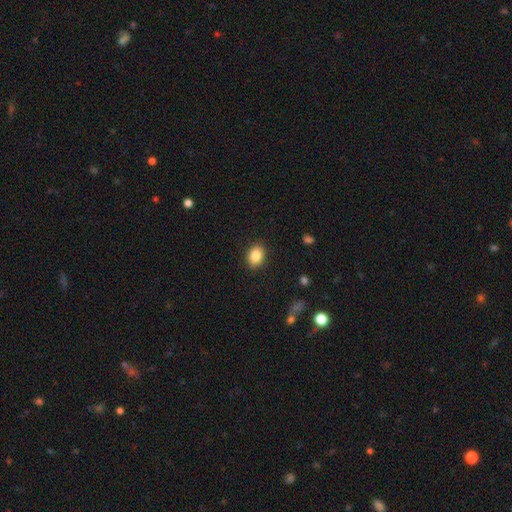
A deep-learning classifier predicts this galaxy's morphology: A smooth galaxy with no disk features (87%) that is in between round and cigar-shaped (68%).

Vote fractions:
- Smooth or featured? smooth: 87% / star or artifact: 8% / featured or disk: 5%
- How rounded? in between: 68% / round: 31% / cigar-shaped: 1%
- Merging? none: 89% / minor disturbance: 8% / major disturbance: 2% / merger: 1%